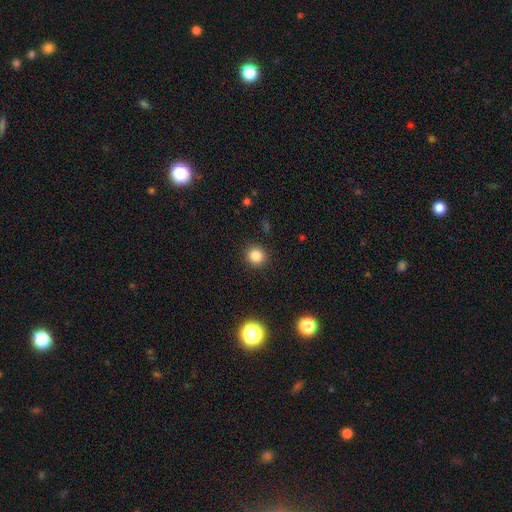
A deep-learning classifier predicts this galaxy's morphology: Smooth or featured? Predicted: smooth (p=0.84). How rounded? Predicted: round (p=0.89). Merging? Predicted: none (p=0.91).